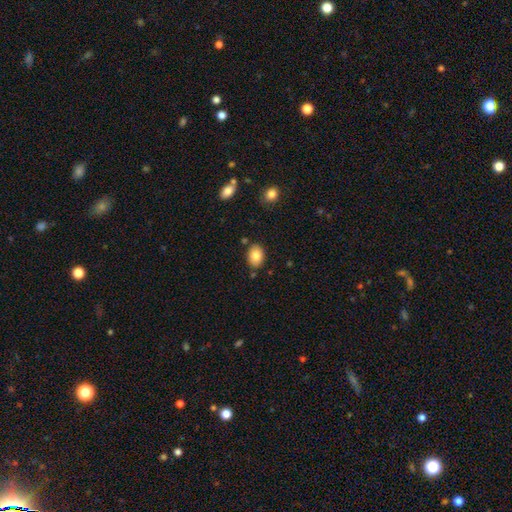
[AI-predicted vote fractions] Smooth or featured?
  - smooth: 83% *
  - featured or disk: 9%
  - star or artifact: 8%
How rounded?
  - in between: 77% *
  - round: 22%
  - cigar-shaped: 1%
Merging?
  - none: 83% *
  - minor disturbance: 11%
  - merger: 4%
  - major disturbance: 2%